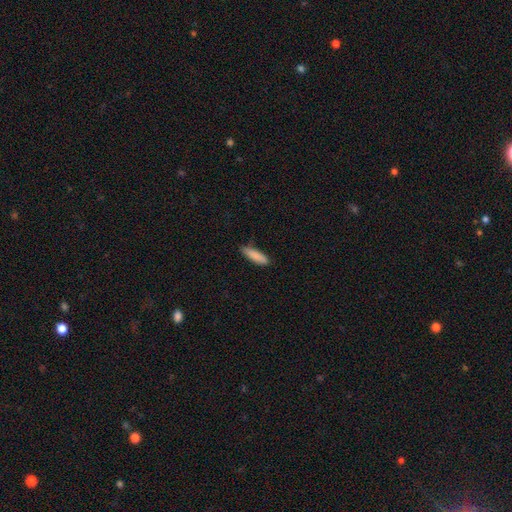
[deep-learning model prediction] Morphology: type=smooth (88%); roundness=cigar-shaped (60%); merging=none (80%).